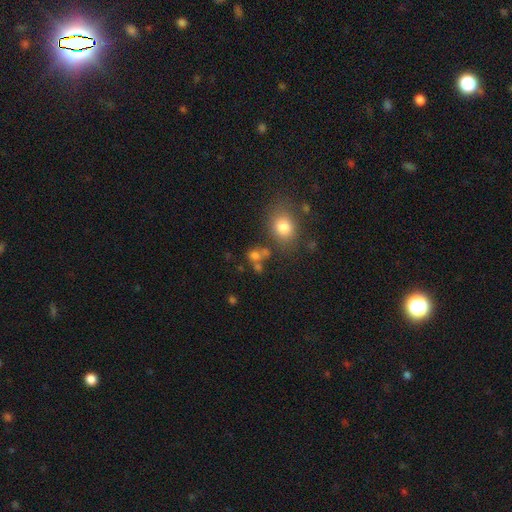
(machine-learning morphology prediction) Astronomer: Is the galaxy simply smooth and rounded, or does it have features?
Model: smooth — 68%.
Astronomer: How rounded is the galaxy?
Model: round — 53% (runner-up: in between, 45%).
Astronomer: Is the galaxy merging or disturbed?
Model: none — 69%.